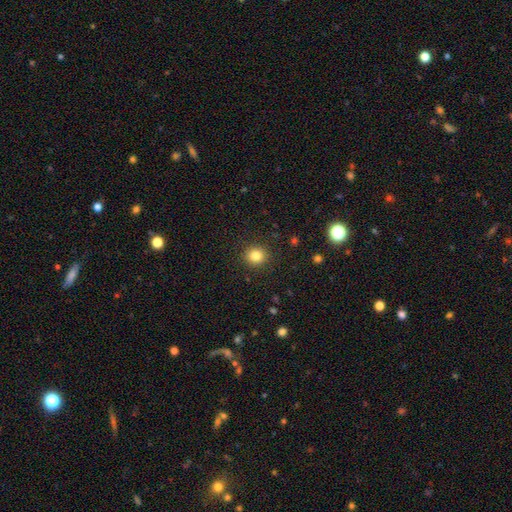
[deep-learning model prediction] The model was most divided on "smooth or featured": smooth: 83%, star or artifact: 11%, featured or disk: 6%. More confident: merging — none (91%); how rounded — round (89%).